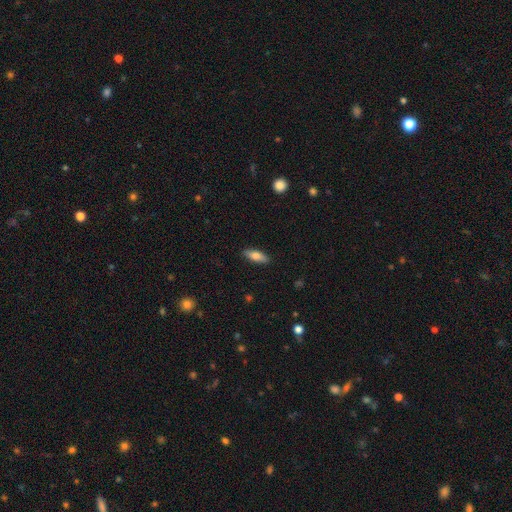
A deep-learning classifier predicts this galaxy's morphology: This is likely a smooth galaxy (73%). How rounded: possibly in between (60%). Merging: clearly none (89%).